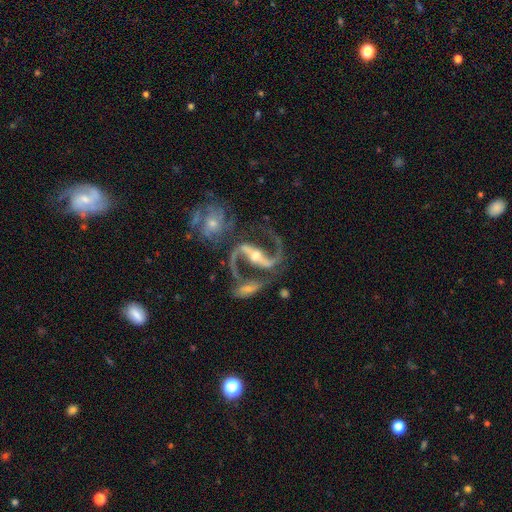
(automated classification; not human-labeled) A featured or disk galaxy (92%) with a strong bar (67%), 2 (93%) medium (55%) spiral arms (97%) and a moderate central bulge (49%).

Vote fractions:
- Smooth or featured? featured or disk: 92% / star or artifact: 5% / smooth: 3%
- Edge-on disk? no: 95% / yes: 5%
- Bar? strong: 67% / weak: 20% / no: 13%
- Spiral arms? yes: 97% / no: 3%
- Spiral winding? medium: 55% / loose: 31% / tight: 14%
- Spiral arm count? 2: 93% / can't tell: 2% / 3: 2% / 1: 2% / 4: 1% / more than 4: 1%
- Bulge size? moderate: 49% / small: 46% / large: 3% / none: 2% / dominant: 1%
- Merging? none: 52% / merger: 25% / minor disturbance: 13% / major disturbance: 11%